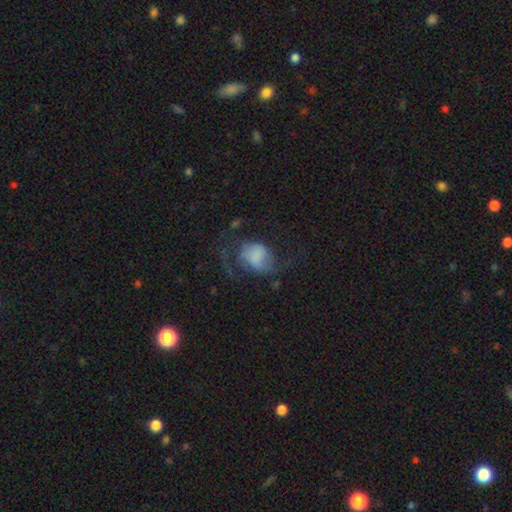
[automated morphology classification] Overall: featured or disk (56%; smooth 35%). Edge-on disk: no (98%). Bar: no (61%; weak 30%). Spiral arms: yes (85%). Bulge size: none (38%; large 21%). Merging: none (42%; major disturbance 34%).